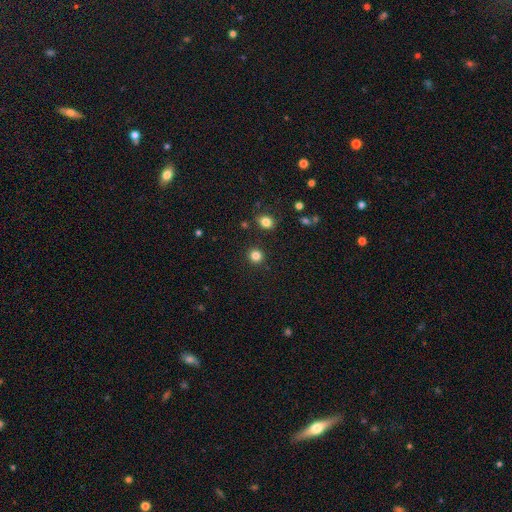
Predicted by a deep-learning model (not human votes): Smooth or featured? smooth (83%)
How rounded? round (91%)
Merging? none (90%)